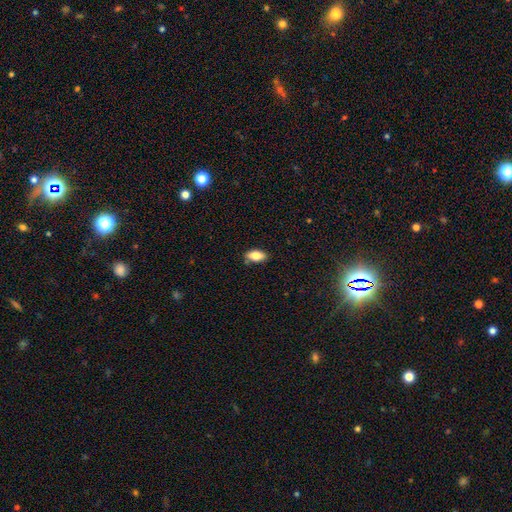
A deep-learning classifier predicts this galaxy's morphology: smooth-or-featured: smooth: 81% | featured or disk: 12% | star or artifact: 7%
  how-rounded: in between: 90% | cigar-shaped: 7% | round: 3%
  merging: none: 82% | minor disturbance: 13% | major disturbance: 2% | merger: 2%